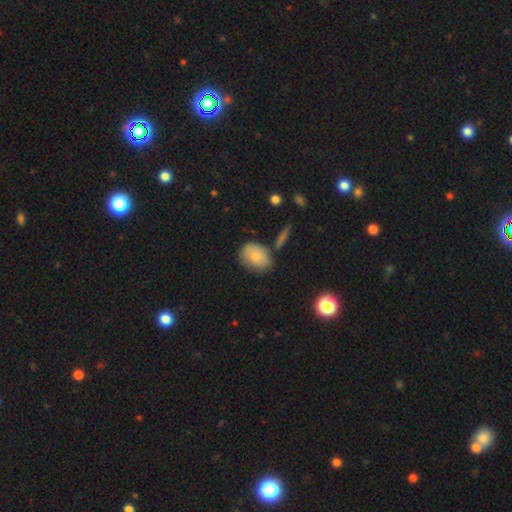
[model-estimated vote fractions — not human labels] smooth-or-featured: smooth: 80% | featured or disk: 13% | star or artifact: 7%
  how-rounded: in between: 72% | round: 26% | cigar-shaped: 2%
  merging: none: 65% | minor disturbance: 20% | merger: 10% | major disturbance: 5%